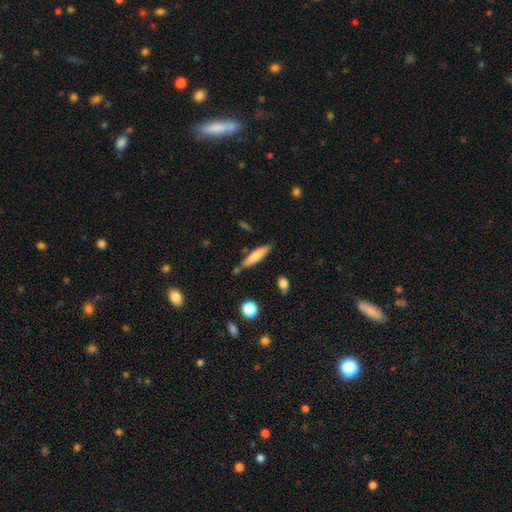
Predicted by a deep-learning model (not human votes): Q: Smooth or featured?
A: smooth (71%); runner-up: featured or disk (22%)
Q: How rounded?
A: cigar-shaped (75%); runner-up: in between (23%)
Q: Merging?
A: none (77%); runner-up: minor disturbance (14%)